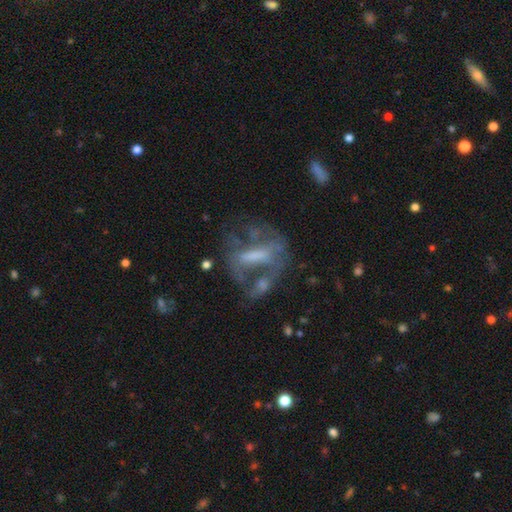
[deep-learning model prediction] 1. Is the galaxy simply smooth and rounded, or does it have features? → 65% featured or disk, 22% smooth, 12% star or artifact.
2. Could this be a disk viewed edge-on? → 90% no, 10% yes.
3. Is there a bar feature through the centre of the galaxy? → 41% strong, 30% weak, 29% no.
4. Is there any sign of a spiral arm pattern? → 62% no, 38% yes.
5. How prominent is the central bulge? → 39% none, 27% moderate, 23% small, 9% large, 2% dominant.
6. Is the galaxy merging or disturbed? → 38% none, 29% major disturbance, 18% merger, 16% minor disturbance.